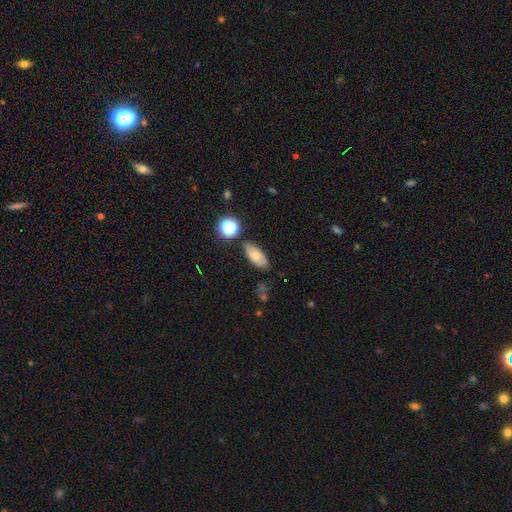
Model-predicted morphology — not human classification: Smooth or featured? smooth (63%)
How rounded? in between (86%)
Merging? none (76%)